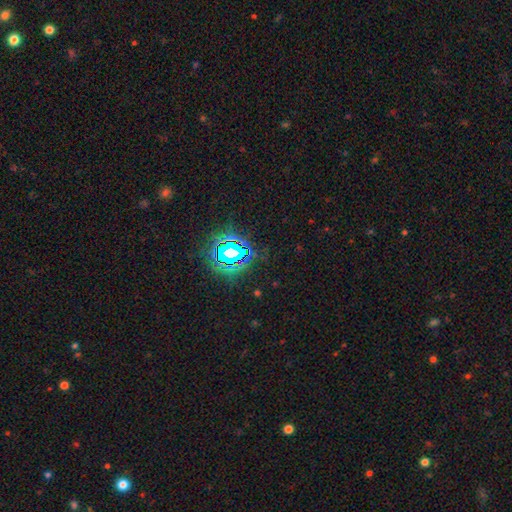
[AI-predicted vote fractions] Smooth or featured?
  - star or artifact: 80% *
  - smooth: 12%
  - featured or disk: 8%